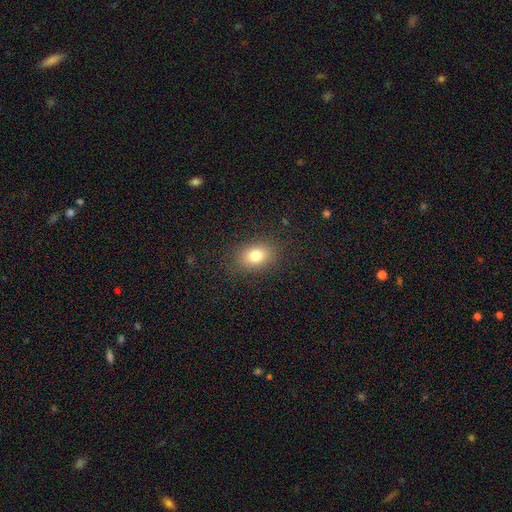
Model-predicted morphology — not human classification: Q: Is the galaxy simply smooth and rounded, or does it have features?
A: smooth — 77%.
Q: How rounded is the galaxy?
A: in between — 64%.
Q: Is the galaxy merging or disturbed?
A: none — 86%.